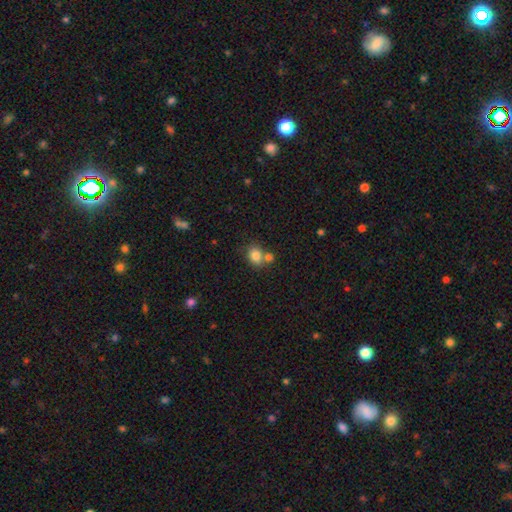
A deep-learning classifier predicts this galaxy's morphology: smooth_or_featured: smooth (p=0.82) [alt: star or artifact p=0.10]
how_rounded: round (p=0.54) [alt: in between p=0.45]
merging: none (p=0.47) [alt: merger p=0.37]